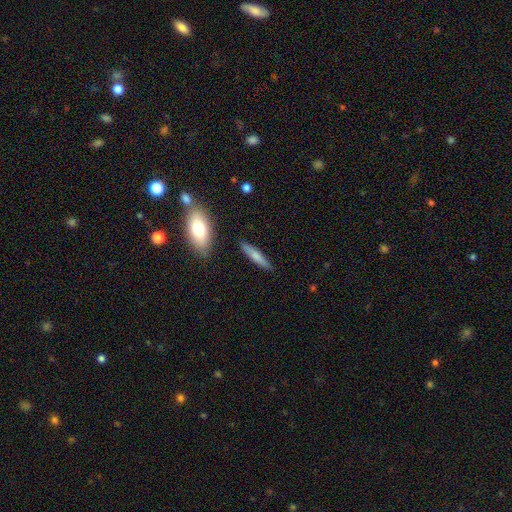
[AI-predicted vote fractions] Smooth or featured? Predicted: smooth (p=0.69). How rounded? Predicted: cigar-shaped (p=0.87). Merging? Predicted: none (p=0.88).